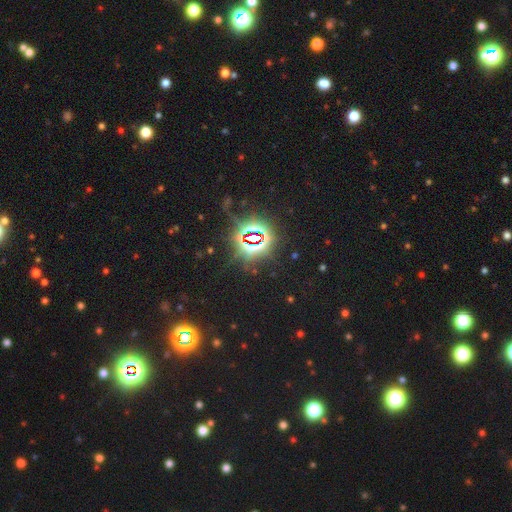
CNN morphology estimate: smooth_or_featured: star or artifact (p=0.82) [alt: smooth p=0.12]